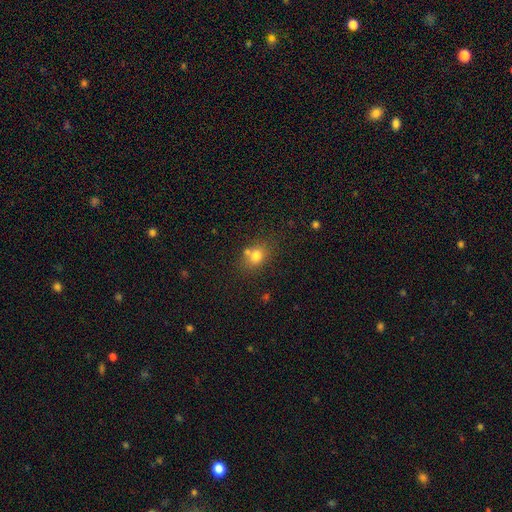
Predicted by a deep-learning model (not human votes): Morphology: type=smooth (76%); roundness=in between (50%); merging=none (60%).